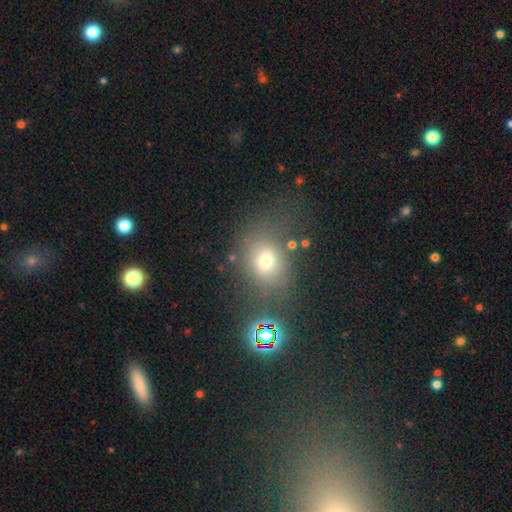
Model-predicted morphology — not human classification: This is likely a smooth galaxy (61%). How rounded: possibly round (53%). Merging: likely none (60%).